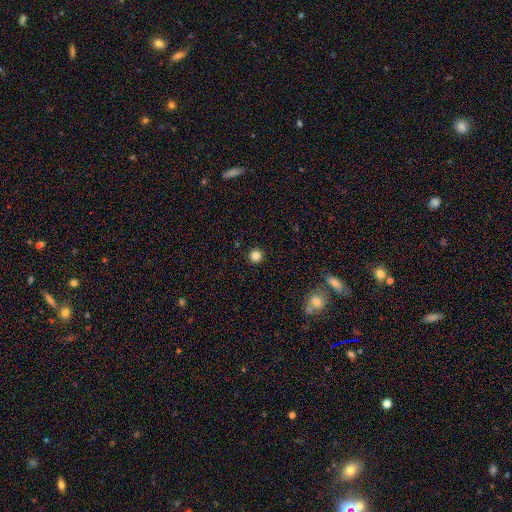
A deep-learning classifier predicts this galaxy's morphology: A smooth galaxy with no disk features (83%) that is round (96%). Merging: none (93%).